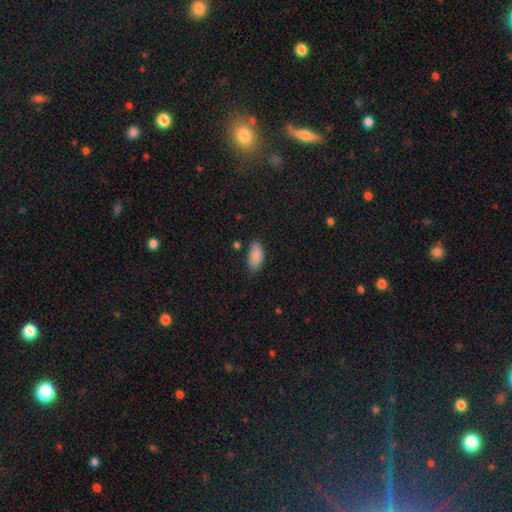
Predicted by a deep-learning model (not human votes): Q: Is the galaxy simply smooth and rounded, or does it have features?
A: smooth — 88%.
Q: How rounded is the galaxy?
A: in between — 92%.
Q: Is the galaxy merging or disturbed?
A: none — 71%.